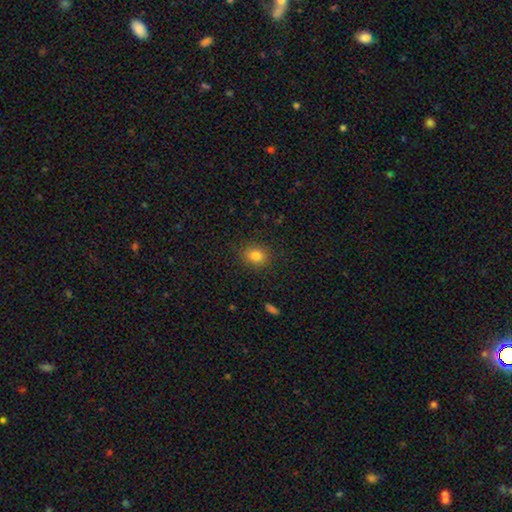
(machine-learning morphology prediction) smooth_or_featured: smooth (p=0.81) [alt: star or artifact p=0.12]
how_rounded: round (p=0.65) [alt: in between p=0.34]
merging: none (p=0.87) [alt: minor disturbance p=0.09]